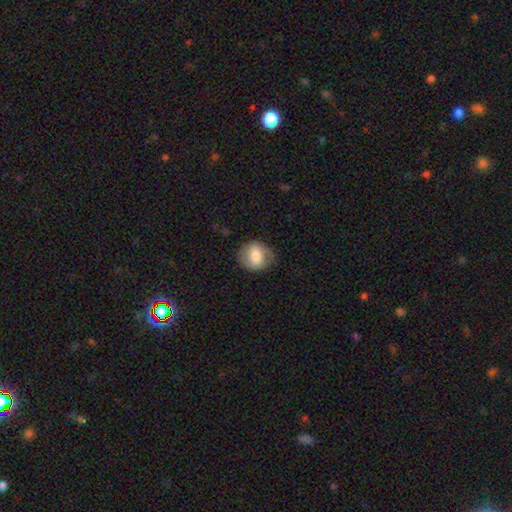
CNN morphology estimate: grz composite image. It shows a smooth galaxy with no disk features (68%) that is round (69%). Merging: none (76%).